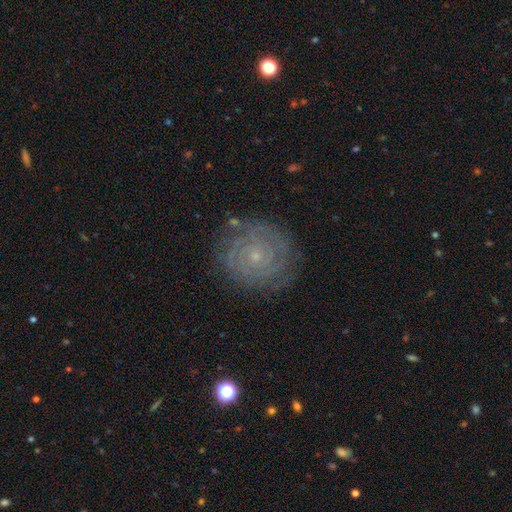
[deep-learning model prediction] Smooth or featured? Predicted: featured or disk (p=0.74). Edge-on disk? Predicted: no (p=0.97). Bar? Predicted: no (p=0.84). Spiral arms? Predicted: yes (p=0.91). Spiral winding? Predicted: tight (p=0.82). Spiral arm count? Predicted: can't tell (p=0.40). Bulge size? Predicted: small (p=0.84). Merging? Predicted: none (p=0.82).